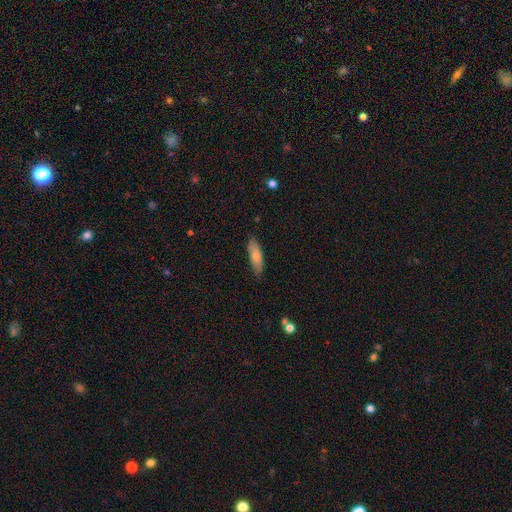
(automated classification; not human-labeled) This appears to be a smooth galaxy with no disk features (76%) that is in between round and cigar-shaped (51%). Merging: none (79%).